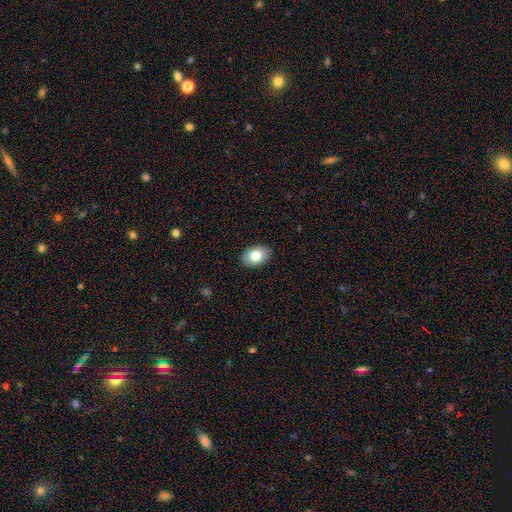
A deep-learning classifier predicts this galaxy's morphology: A smooth galaxy with no disk features (79%) that is in between round and cigar-shaped (83%). Merging: none (89%).